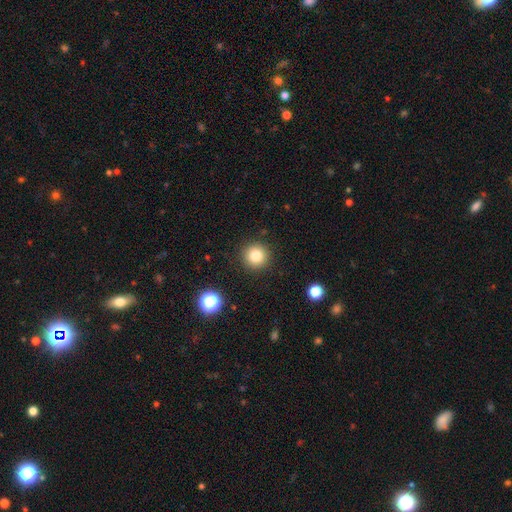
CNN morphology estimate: type=smooth (80%); roundness=round (95%); merging=none (91%).